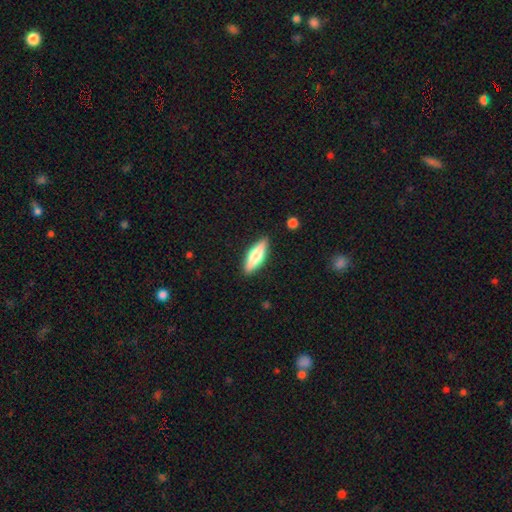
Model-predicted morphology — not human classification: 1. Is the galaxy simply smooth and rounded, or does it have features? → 57% smooth, 37% featured or disk, 6% star or artifact.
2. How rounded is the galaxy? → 49% cigar-shaped, 48% in between, 2% round.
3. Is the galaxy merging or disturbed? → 88% none, 9% minor disturbance, 2% major disturbance, 1% merger.